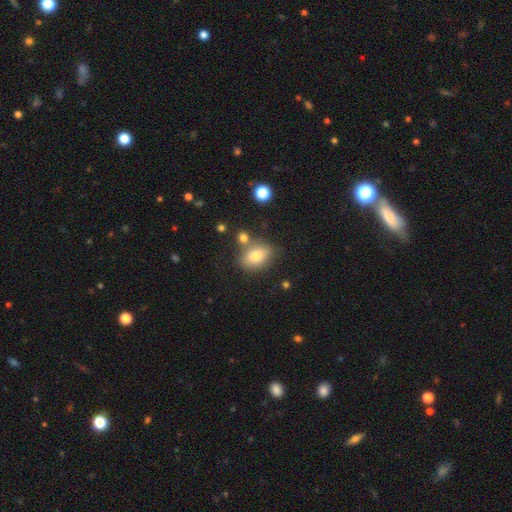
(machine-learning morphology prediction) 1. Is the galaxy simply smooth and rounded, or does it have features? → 77% smooth, 13% featured or disk, 10% star or artifact.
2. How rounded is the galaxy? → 77% in between, 20% round, 2% cigar-shaped.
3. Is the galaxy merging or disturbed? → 69% none, 15% minor disturbance, 12% merger, 4% major disturbance.